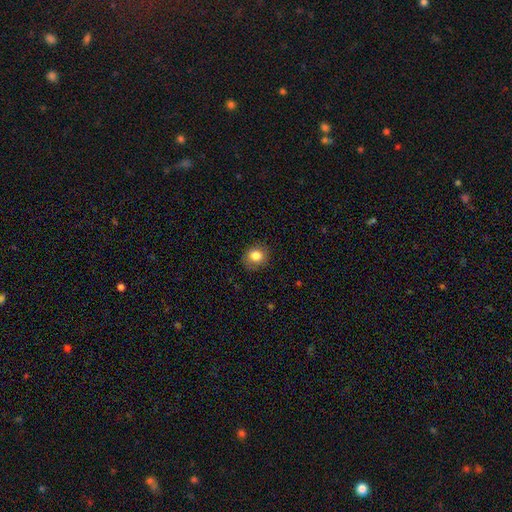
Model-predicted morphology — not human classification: Smooth or featured? Predicted: smooth (p=0.83). How rounded? Predicted: round (p=0.76). Merging? Predicted: none (p=0.85).